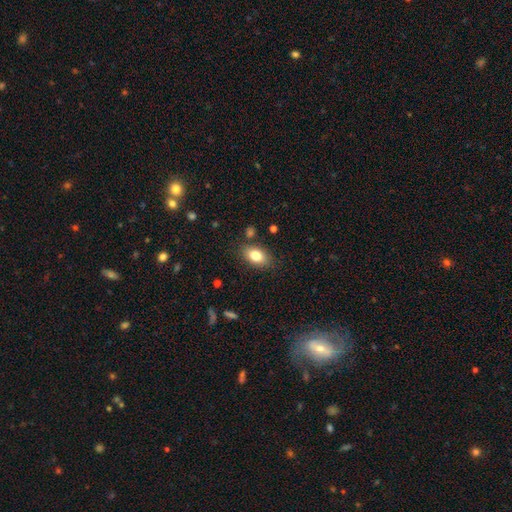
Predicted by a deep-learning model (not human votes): smooth_or_featured: smooth (p=0.82) [alt: featured or disk p=0.09]
how_rounded: in between (p=0.88) [alt: round p=0.10]
merging: none (p=0.83) [alt: minor disturbance p=0.11]